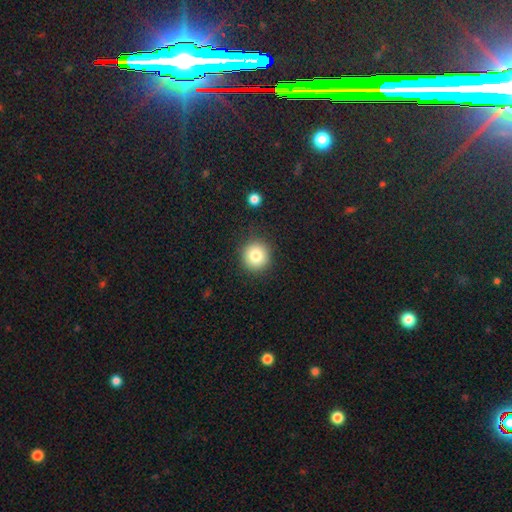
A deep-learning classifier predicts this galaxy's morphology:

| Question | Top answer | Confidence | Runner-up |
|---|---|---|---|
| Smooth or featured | smooth | 81% | star or artifact (11%) |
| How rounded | round | 93% | in between (6%) |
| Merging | none | 89% | minor disturbance (7%) |